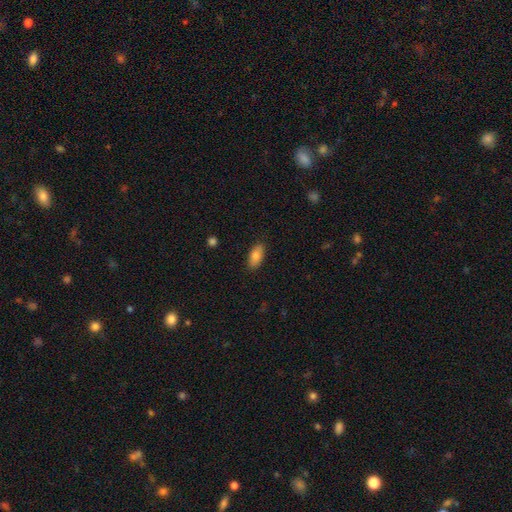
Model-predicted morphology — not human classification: A smooth galaxy with no disk features (81%) that is in between round and cigar-shaped (89%).

Vote fractions:
- Smooth or featured? smooth: 81% / featured or disk: 12% / star or artifact: 7%
- How rounded? in between: 89% / cigar-shaped: 8% / round: 3%
- Merging? none: 87% / minor disturbance: 9% / major disturbance: 2% / merger: 1%